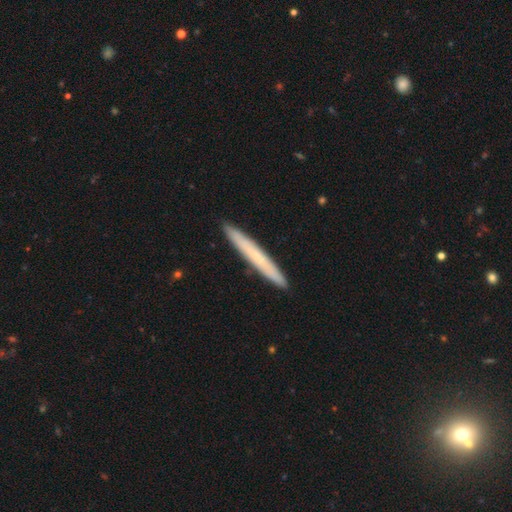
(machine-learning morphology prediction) A smooth galaxy with no disk features (59%) that is cigar-shaped (97%).

Vote fractions:
- Smooth or featured? smooth: 59% / featured or disk: 35% / star or artifact: 6%
- How rounded? cigar-shaped: 97% / in between: 2% / round: 1%
- Merging? none: 92% / minor disturbance: 6% / major disturbance: 1% / merger: 1%